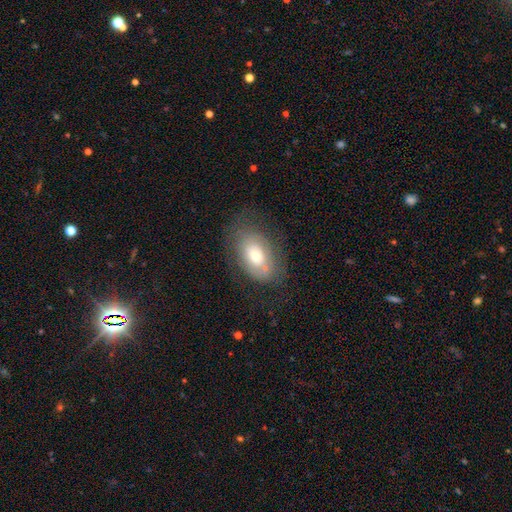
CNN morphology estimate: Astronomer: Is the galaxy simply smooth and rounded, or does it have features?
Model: smooth — 56% (runner-up: featured or disk, 35%).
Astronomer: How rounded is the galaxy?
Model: in between — 88%.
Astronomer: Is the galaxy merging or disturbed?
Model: none — 62%.